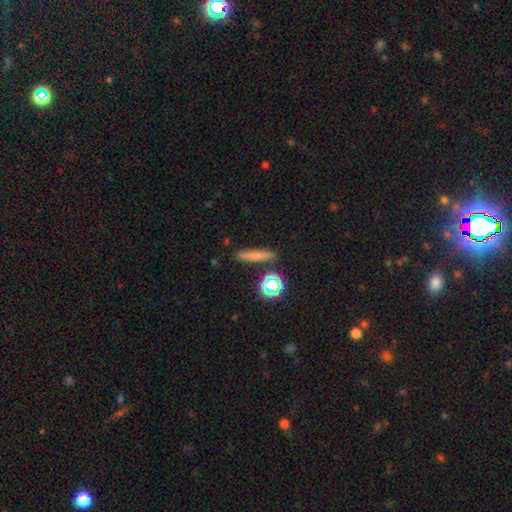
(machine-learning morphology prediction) Smooth or featured? smooth (69%)
How rounded? cigar-shaped (83%)
Merging? none (86%)